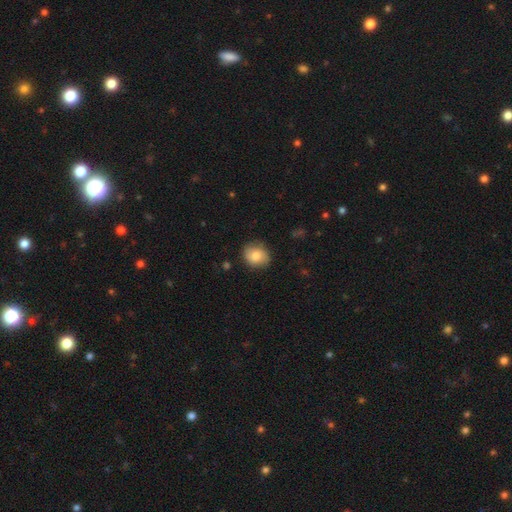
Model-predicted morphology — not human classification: Smooth or featured: smooth — 77% (featured or disk — 15%)
How rounded: round — 71% (in between — 28%)
Merging: none — 81% (minor disturbance — 15%)